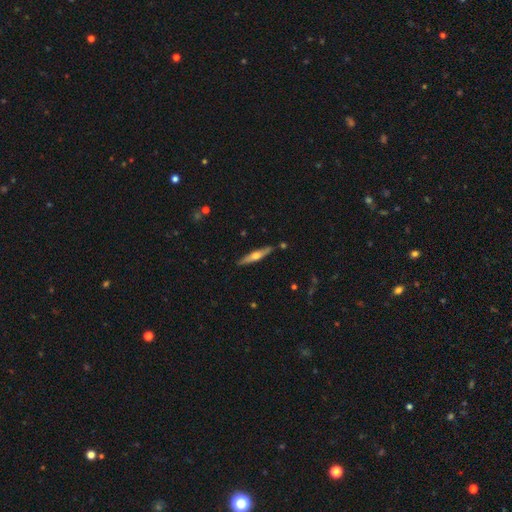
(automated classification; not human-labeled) Morphology: type=featured or disk (61%); edge-on=yes (95%); edge-on bulge=rounded (90%); merging=none (87%).